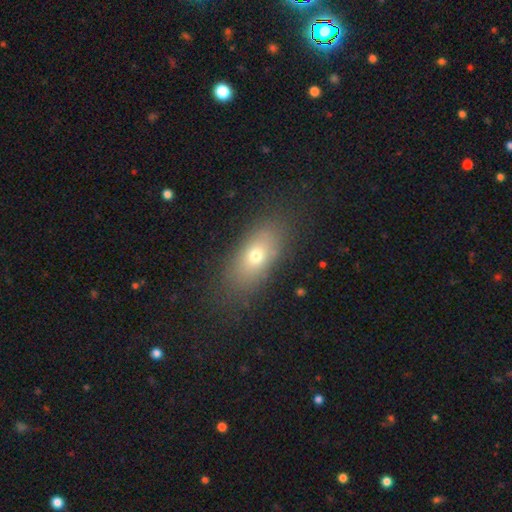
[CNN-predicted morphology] Smooth or featured? Predicted: smooth (p=0.68). How rounded? Predicted: in between (p=0.80). Merging? Predicted: none (p=0.81).